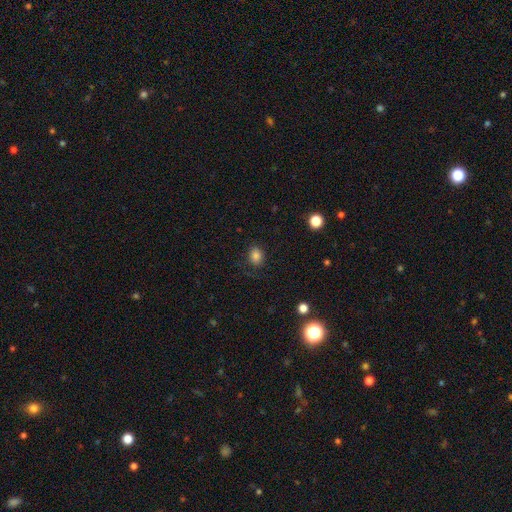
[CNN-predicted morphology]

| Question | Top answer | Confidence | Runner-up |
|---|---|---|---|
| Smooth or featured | smooth | 83% | star or artifact (12%) |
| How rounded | round | 53% | in between (47%) |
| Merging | none | 79% | minor disturbance (15%) |